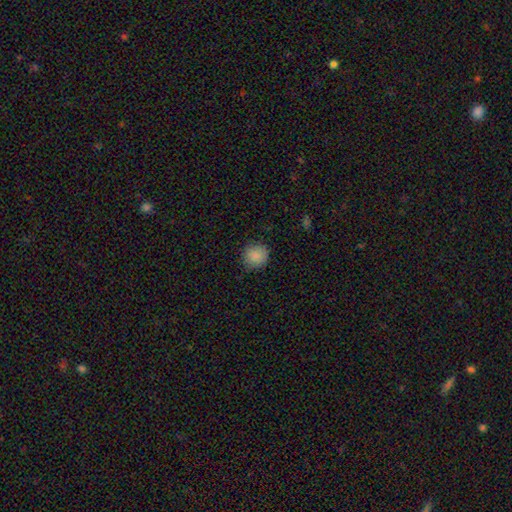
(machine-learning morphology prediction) Smooth or featured? Predicted: smooth (p=0.87). How rounded? Predicted: round (p=0.89). Merging? Predicted: none (p=0.84).